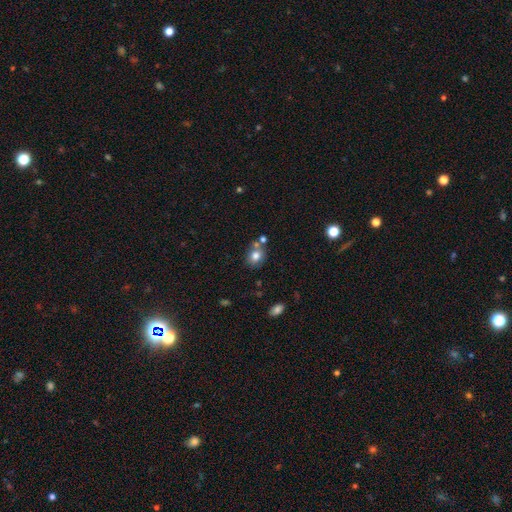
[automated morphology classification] smooth_or_featured: smooth (p=0.75) [alt: featured or disk p=0.14]
how_rounded: round (p=0.59) [alt: in between p=0.40]
merging: none (p=0.62) [alt: merger p=0.21]